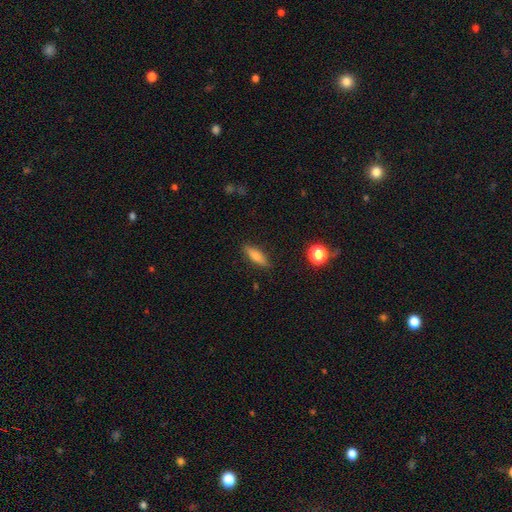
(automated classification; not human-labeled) The model was most divided on "how rounded": cigar-shaped: 59%, in between: 37%, round: 4%. More confident: merging — none (87%); smooth or featured — smooth (65%).